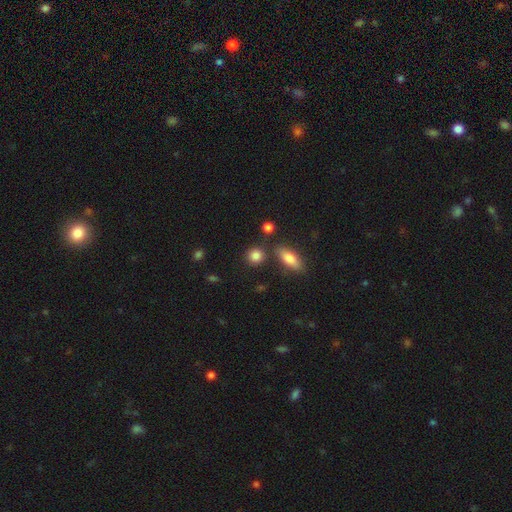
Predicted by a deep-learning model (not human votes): Smooth or featured? smooth (85%)
How rounded? round (81%)
Merging? none (79%)